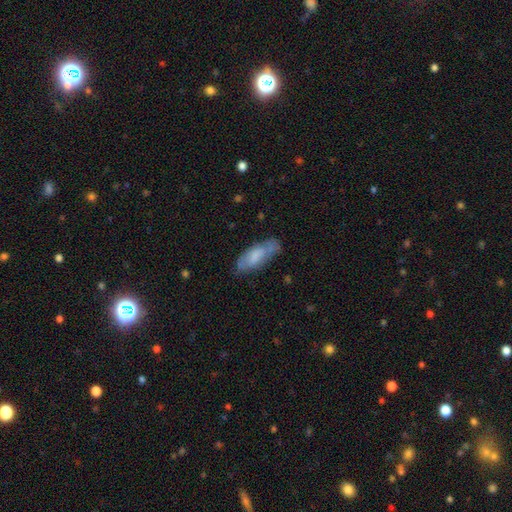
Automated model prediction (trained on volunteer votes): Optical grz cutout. It shows a smooth galaxy with no disk features (63%) that is in between round and cigar-shaped (72%). Merging: none (64%).